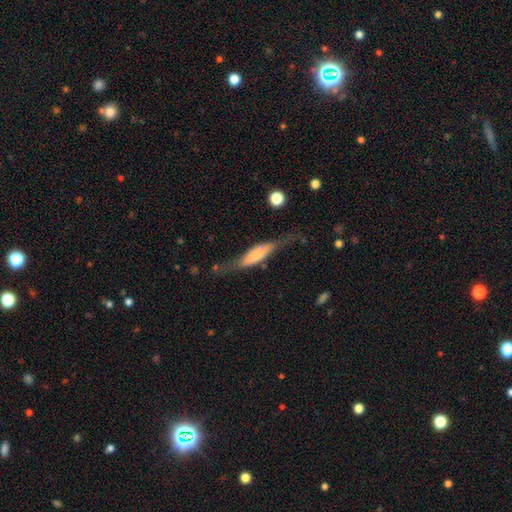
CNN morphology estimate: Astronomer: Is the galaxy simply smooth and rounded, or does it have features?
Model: featured or disk — 54% (runner-up: smooth, 39%).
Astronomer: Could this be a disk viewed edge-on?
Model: yes — 74%.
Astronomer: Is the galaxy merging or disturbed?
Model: none — 57%.